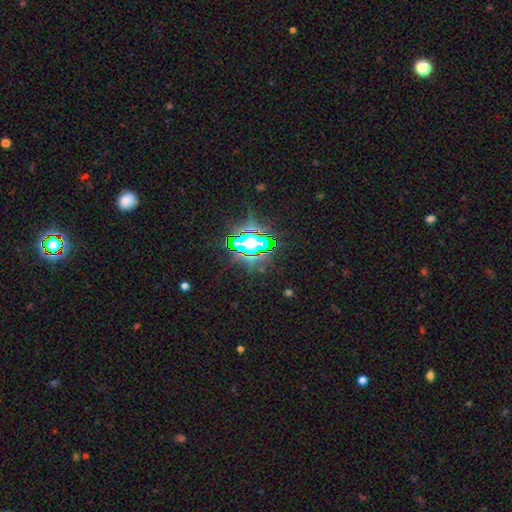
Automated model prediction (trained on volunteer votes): Smooth or featured?
  - star or artifact: 81% *
  - smooth: 11%
  - featured or disk: 8%